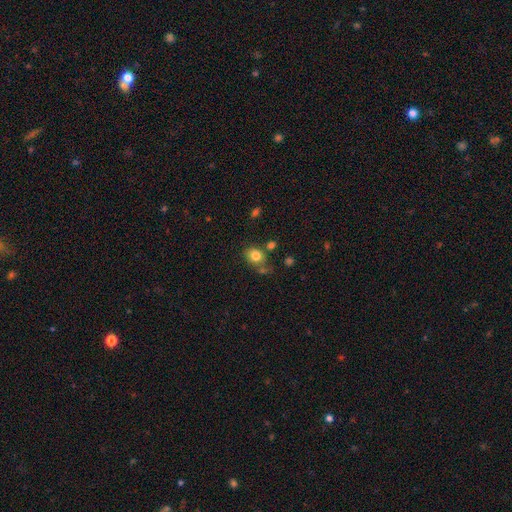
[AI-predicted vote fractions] Smooth or featured: smooth — 81% (star or artifact — 11%)
How rounded: round — 54% (in between — 45%)
Merging: none — 63% (minor disturbance — 17%)